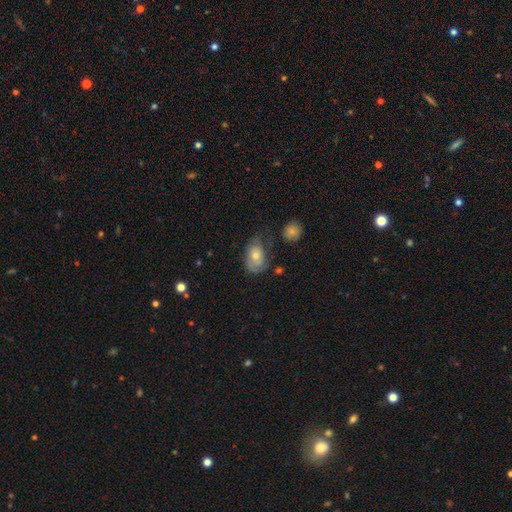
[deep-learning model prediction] This is possibly a smooth galaxy (47%). Merging: marginally none (43%).